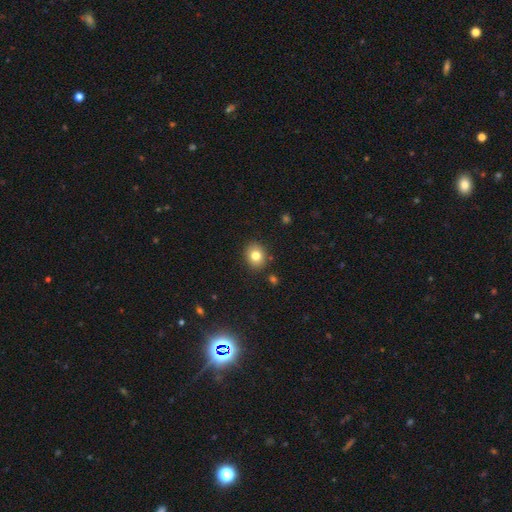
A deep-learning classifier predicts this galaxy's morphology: smooth_or_featured: smooth (p=0.79) [alt: star or artifact p=0.11]
how_rounded: round (p=0.64) [alt: in between p=0.35]
merging: none (p=0.87) [alt: minor disturbance p=0.09]